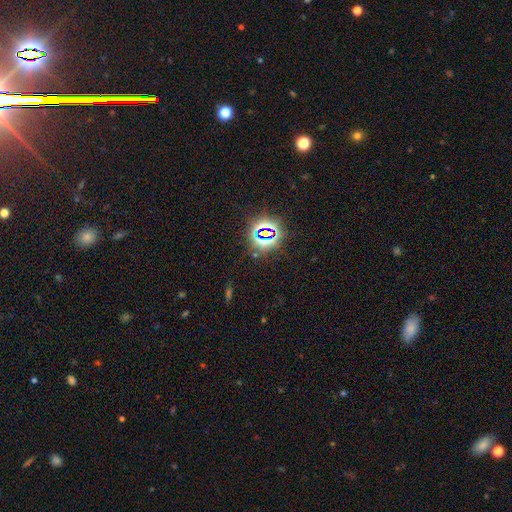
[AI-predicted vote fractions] star or artifact 76%, smooth 15%, featured or disk 9%.